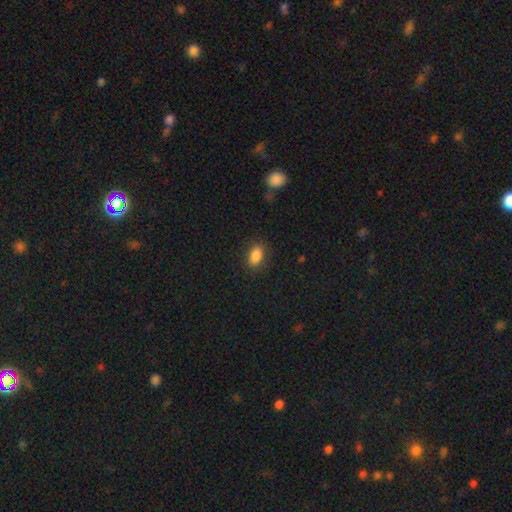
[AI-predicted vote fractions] smooth_or_featured: smooth (p=0.86) [alt: star or artifact p=0.09]
how_rounded: in between (p=0.87) [alt: round p=0.10]
merging: none (p=0.86) [alt: minor disturbance p=0.10]